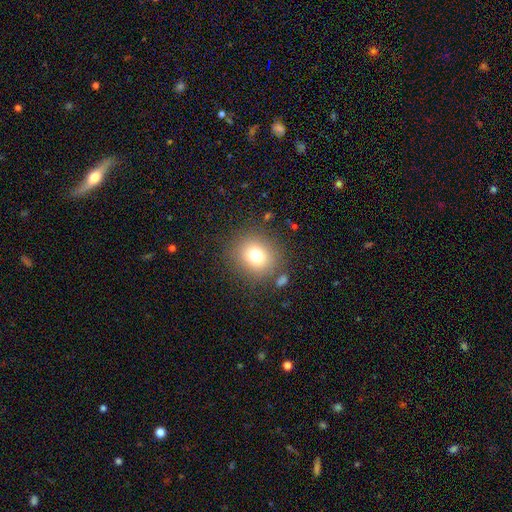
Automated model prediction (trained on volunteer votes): Smooth or featured? smooth (75%)
How rounded? round (83%)
Merging? none (83%)